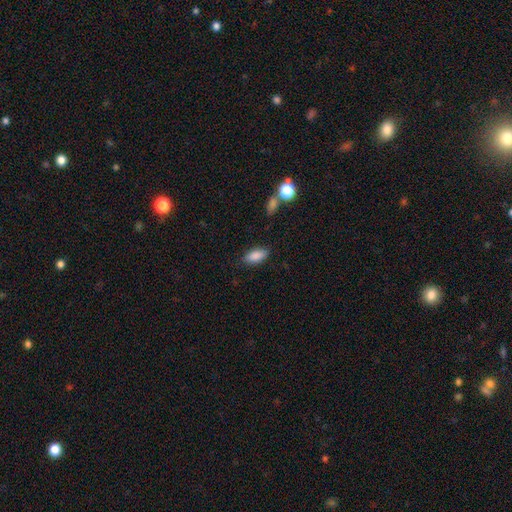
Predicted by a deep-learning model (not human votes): A smooth galaxy with no disk features (87%) that is in between round and cigar-shaped (87%). Merging: none (84%).